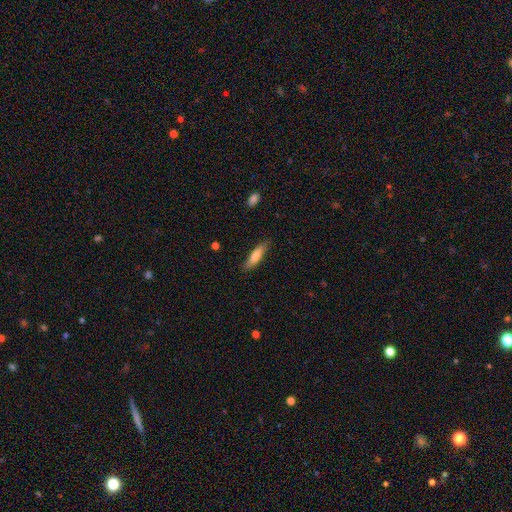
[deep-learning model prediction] smooth 73%, featured or disk 21%, star or artifact 6%. Down the decision tree: how rounded — cigar-shaped (73%); merging — none (82%).